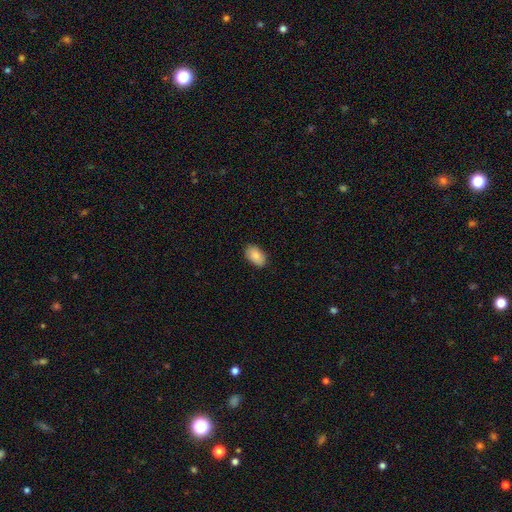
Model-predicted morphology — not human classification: Overall: smooth (84%). How rounded: in between (92%). Merging: none (86%).